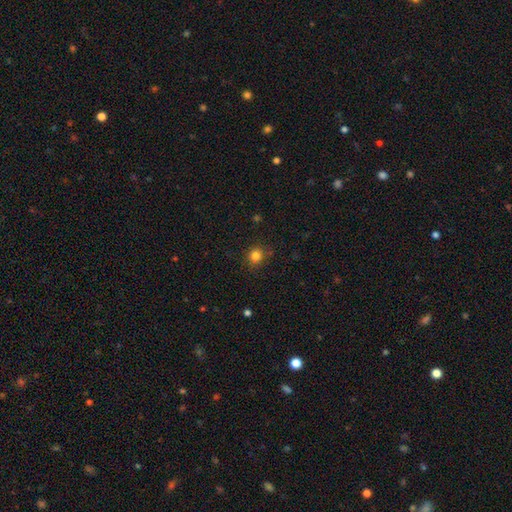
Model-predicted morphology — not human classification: The model was most divided on "how rounded": round: 78%, in between: 21%, cigar-shaped: 1%. More confident: merging — none (84%); smooth or featured — smooth (82%).